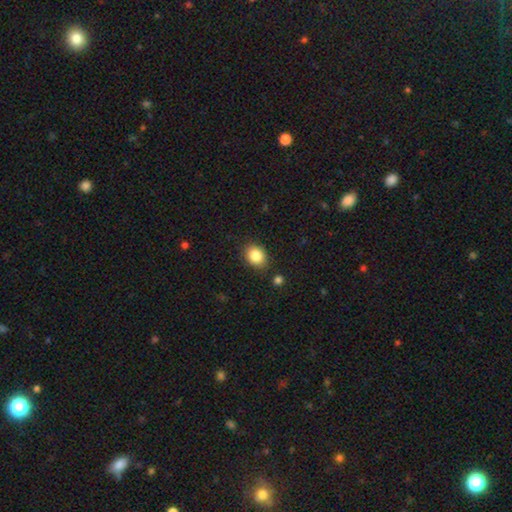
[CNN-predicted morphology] A smooth galaxy with no disk features (85%) that is in between round and cigar-shaped (50%).

Vote fractions:
- Smooth or featured? smooth: 85% / star or artifact: 9% / featured or disk: 6%
- How rounded? in between: 50% / round: 49% / cigar-shaped: 1%
- Merging? none: 84% / minor disturbance: 10% / merger: 3% / major disturbance: 3%